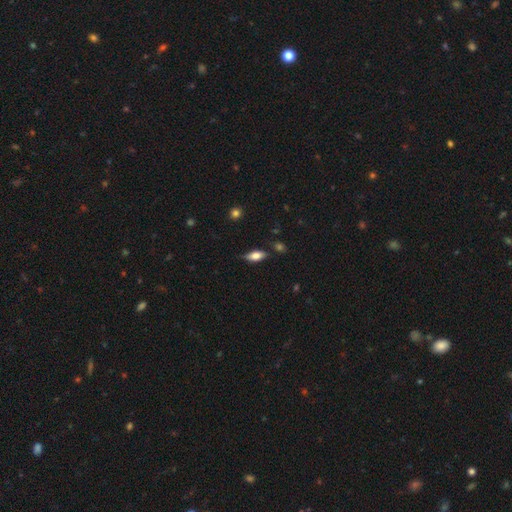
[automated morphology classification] Smooth or featured? Predicted: smooth (p=0.67). How rounded? Predicted: in between (p=0.80). Merging? Predicted: none (p=0.73).